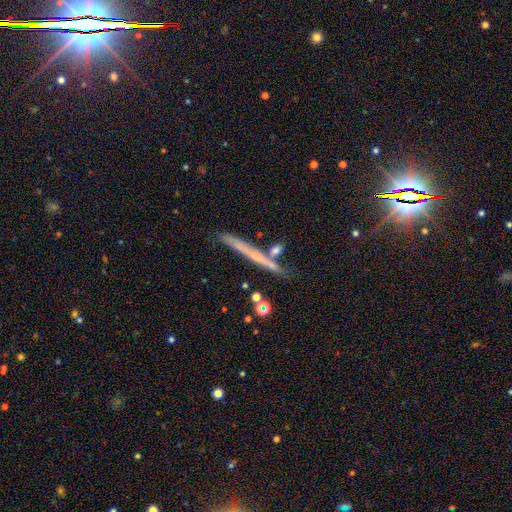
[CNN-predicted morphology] Smooth or featured? Predicted: featured or disk (p=0.46). Merging? Predicted: none (p=0.82).